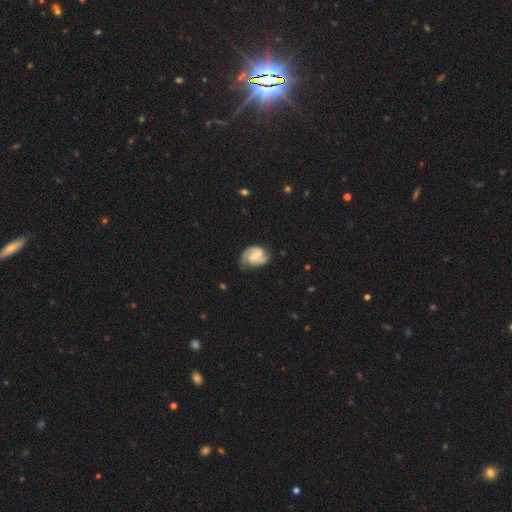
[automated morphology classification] The model was most divided on "bulge size": none: 37%, small: 36%, moderate: 21%, large: 5%, dominant: 1%. Remaining: edge-on disk — no (98%); spiral arms — yes (96%); smooth or featured — featured or disk (79%); spiral arm count — 2 (79%); merging — none (67%); bar — weak (47%); spiral winding — medium (46%).